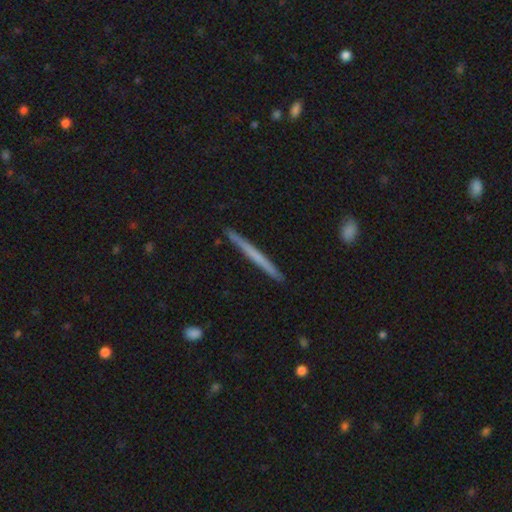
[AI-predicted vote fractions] smooth-or-featured: smooth: 48% | featured or disk: 46% | star or artifact: 6%
  merging: none: 92% | minor disturbance: 6% | merger: 1% | major disturbance: 1%